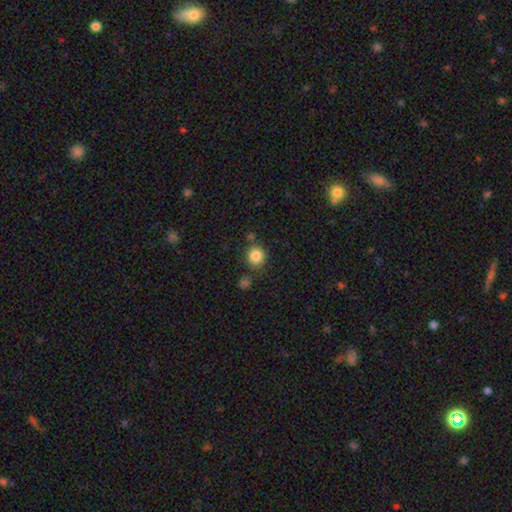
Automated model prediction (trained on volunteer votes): smooth_or_featured: smooth (p=0.85) [alt: star or artifact p=0.10]
how_rounded: round (p=0.90) [alt: in between p=0.09]
merging: none (p=0.78) [alt: minor disturbance p=0.10]